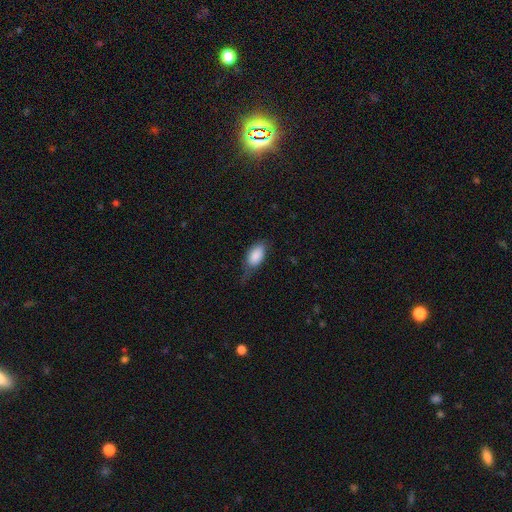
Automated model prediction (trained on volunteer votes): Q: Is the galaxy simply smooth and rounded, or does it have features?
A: smooth — 84%.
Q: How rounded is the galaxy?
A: in between — 92%.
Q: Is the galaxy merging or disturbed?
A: none — 44%.